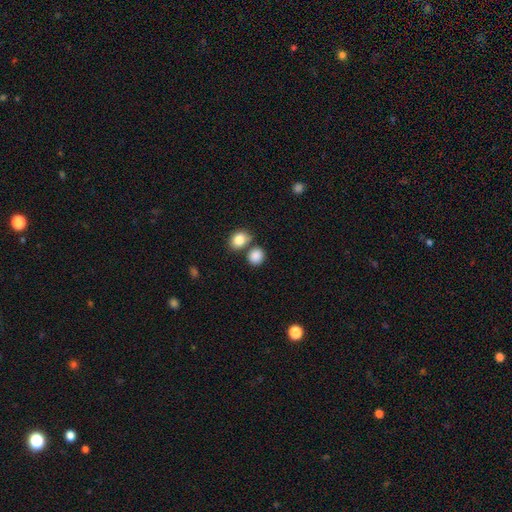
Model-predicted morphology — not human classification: A smooth galaxy with no disk features (86%) that is round (73%).

Vote fractions:
- Smooth or featured? smooth: 86% / star or artifact: 10% / featured or disk: 5%
- How rounded? round: 73% / in between: 26% / cigar-shaped: 1%
- Merging? none: 63% / merger: 23% / minor disturbance: 10% / major disturbance: 3%